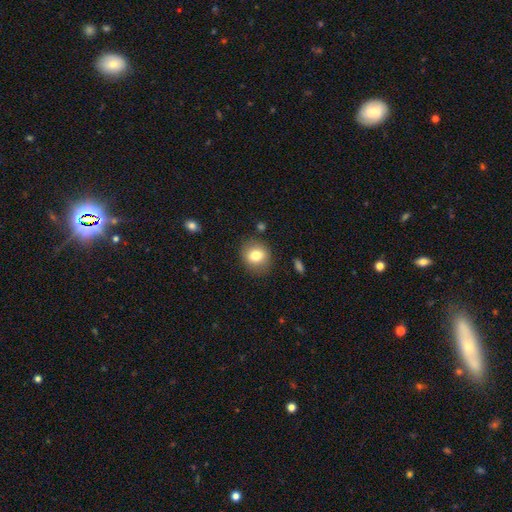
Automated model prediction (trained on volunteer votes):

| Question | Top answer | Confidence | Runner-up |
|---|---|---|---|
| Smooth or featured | smooth | 79% | featured or disk (11%) |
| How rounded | round | 78% | in between (22%) |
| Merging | none | 85% | minor disturbance (10%) |